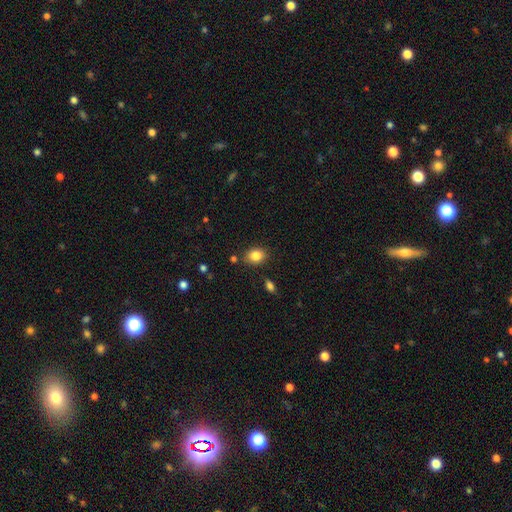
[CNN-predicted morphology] Smooth or featured: smooth — 84% (star or artifact — 10%)
How rounded: in between — 55% (round — 44%)
Merging: none — 83% (minor disturbance — 11%)